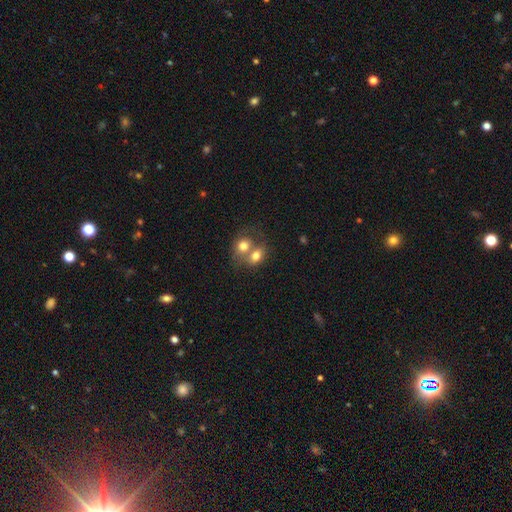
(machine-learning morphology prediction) Smooth or featured: smooth — 73% (featured or disk — 18%)
How rounded: round — 51% (in between — 48%)
Merging: merger — 71% (none — 19%)